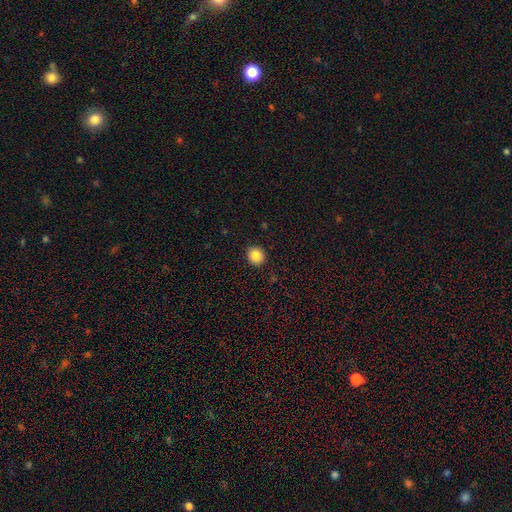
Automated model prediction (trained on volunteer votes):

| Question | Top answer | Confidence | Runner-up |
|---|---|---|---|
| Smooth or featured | smooth | 85% | star or artifact (10%) |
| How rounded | round | 91% | in between (8%) |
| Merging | none | 93% | minor disturbance (5%) |